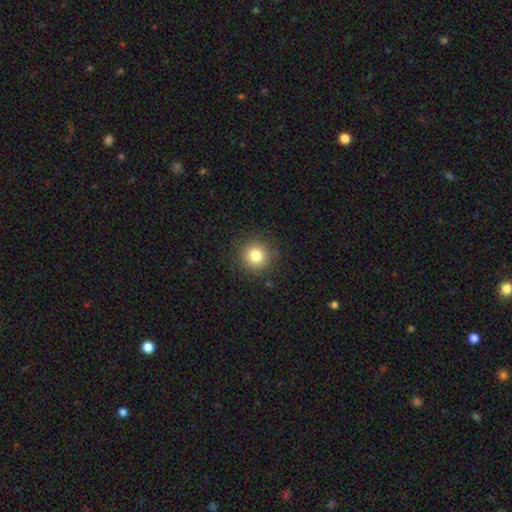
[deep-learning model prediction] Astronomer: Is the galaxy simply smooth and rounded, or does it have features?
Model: smooth — 81%.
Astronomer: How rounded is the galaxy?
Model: round — 94%.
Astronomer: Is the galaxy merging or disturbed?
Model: none — 89%.